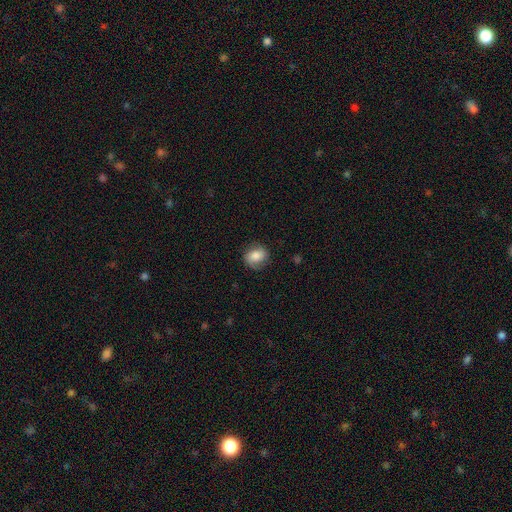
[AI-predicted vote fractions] Smooth or featured: smooth — 67% (featured or disk — 24%)
How rounded: round — 55% (in between — 44%)
Merging: none — 75% (minor disturbance — 18%)